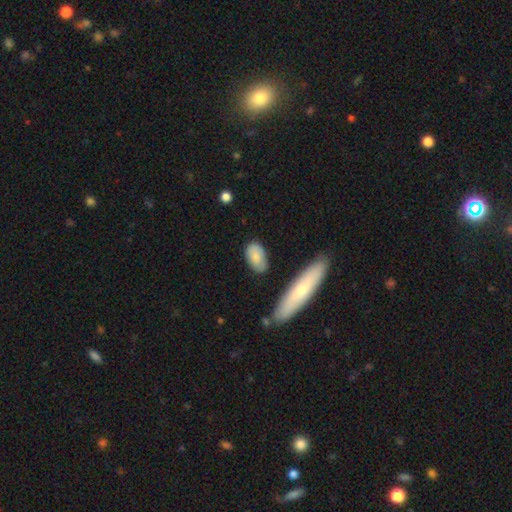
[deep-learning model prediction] Morphology: type=smooth (81%); roundness=in between (90%); merging=none (72%).